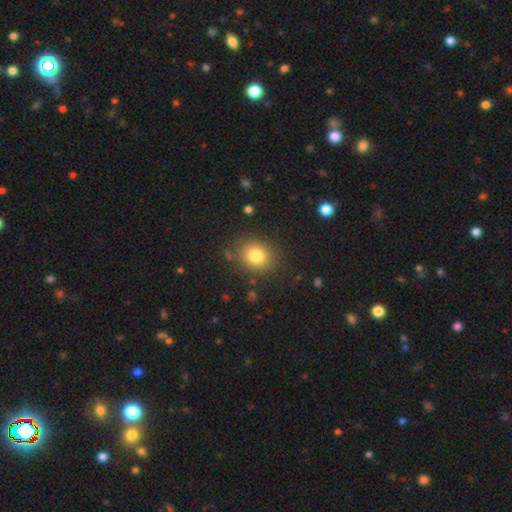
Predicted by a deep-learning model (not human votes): Overall: smooth (80%). How rounded: round (67%; in between 32%). Merging: none (84%).